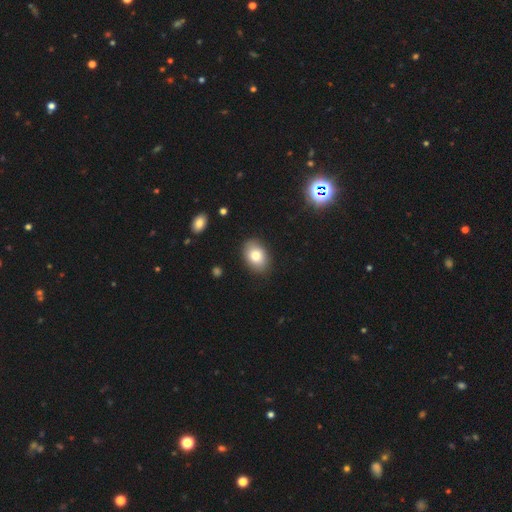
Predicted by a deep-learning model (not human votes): Morphology: type=smooth (80%); roundness=in between (82%); merging=none (86%).